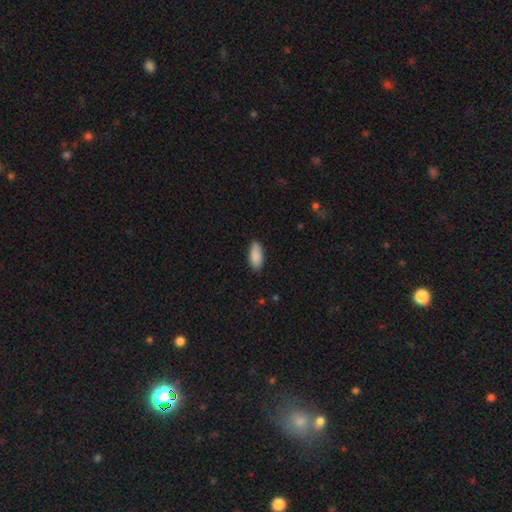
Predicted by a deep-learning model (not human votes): Smooth or featured: smooth — 89% (star or artifact — 6%)
How rounded: in between — 87% (cigar-shaped — 11%)
Merging: none — 84% (minor disturbance — 13%)